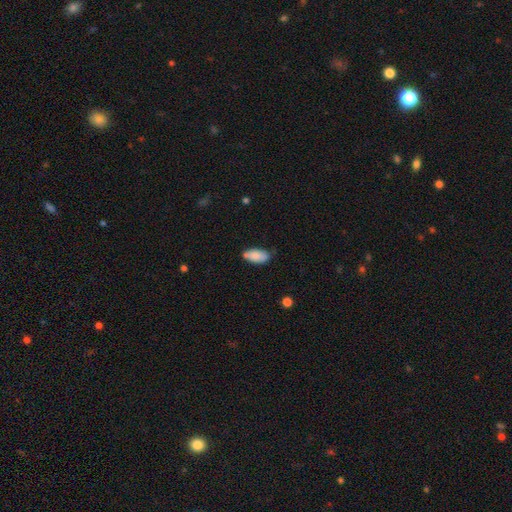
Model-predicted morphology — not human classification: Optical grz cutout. It shows a smooth galaxy with no disk features (85%) that is in between round and cigar-shaped (91%). Merging: none (69%).